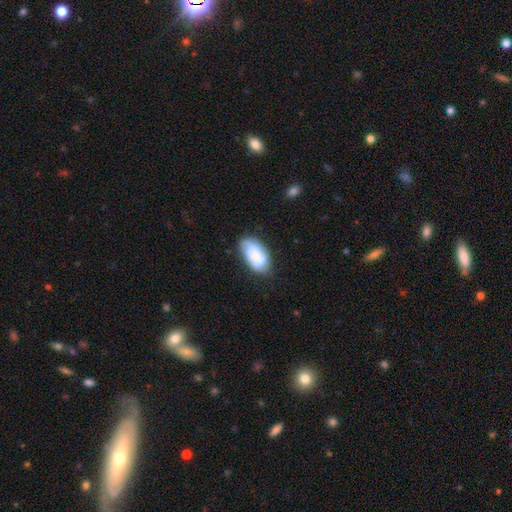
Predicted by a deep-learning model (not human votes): Q: Smooth or featured?
A: smooth (67%); runner-up: featured or disk (27%)
Q: How rounded?
A: in between (94%); runner-up: round (4%)
Q: Merging?
A: none (59%); runner-up: minor disturbance (28%)